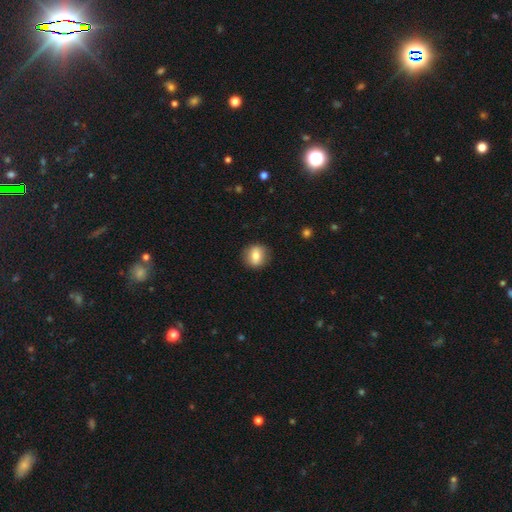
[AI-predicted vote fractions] A smooth galaxy with no disk features (73%) that is round (75%).

Vote fractions:
- Smooth or featured? smooth: 73% / featured or disk: 19% / star or artifact: 8%
- How rounded? round: 75% / in between: 23% / cigar-shaped: 1%
- Merging? none: 87% / minor disturbance: 9% / major disturbance: 3% / merger: 1%